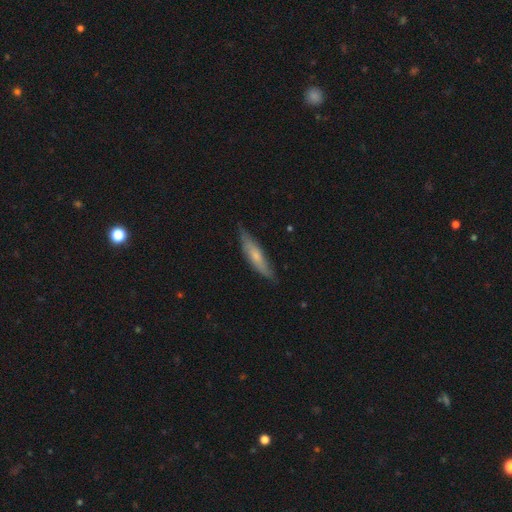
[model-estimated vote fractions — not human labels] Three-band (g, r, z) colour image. It shows a smooth galaxy with no disk features (55%) that is cigar-shaped (79%). Merging: none (75%).